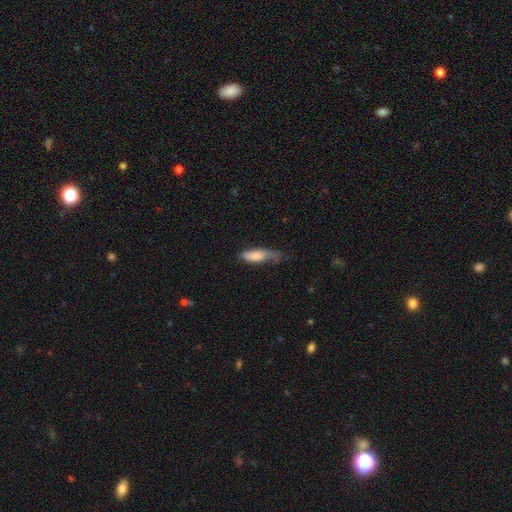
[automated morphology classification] smooth-or-featured: smooth: 79% | featured or disk: 15% | star or artifact: 6%
  how-rounded: in between: 59% | cigar-shaped: 39% | round: 2%
  merging: minor disturbance: 43% | none: 32% | major disturbance: 22% | merger: 3%